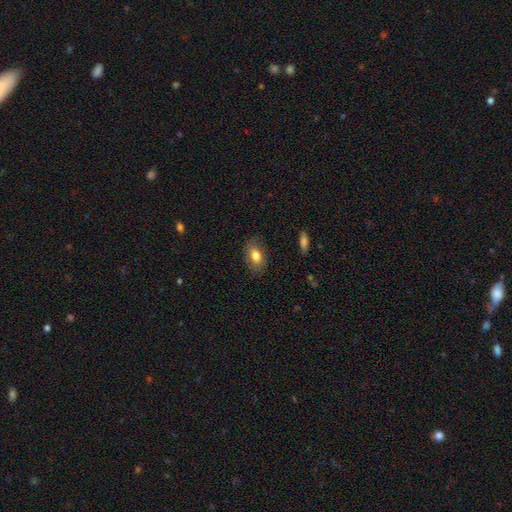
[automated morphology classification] smooth-or-featured: smooth: 79% | featured or disk: 13% | star or artifact: 8%
  how-rounded: in between: 87% | round: 11% | cigar-shaped: 2%
  merging: none: 82% | minor disturbance: 13% | major disturbance: 4% | merger: 1%